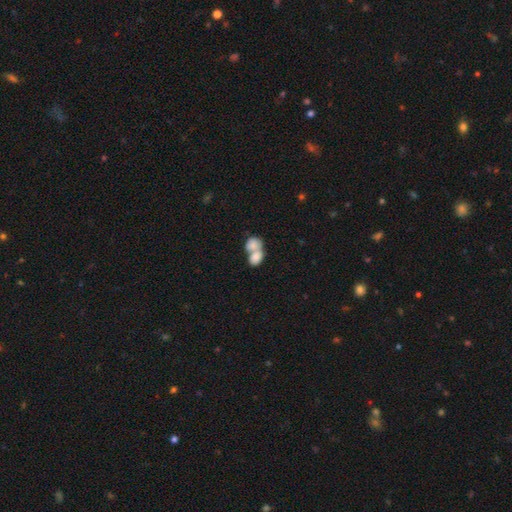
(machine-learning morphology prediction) Smooth or featured? Predicted: smooth (p=0.77). How rounded? Predicted: in between (p=0.75). Merging? Predicted: merger (p=0.76).